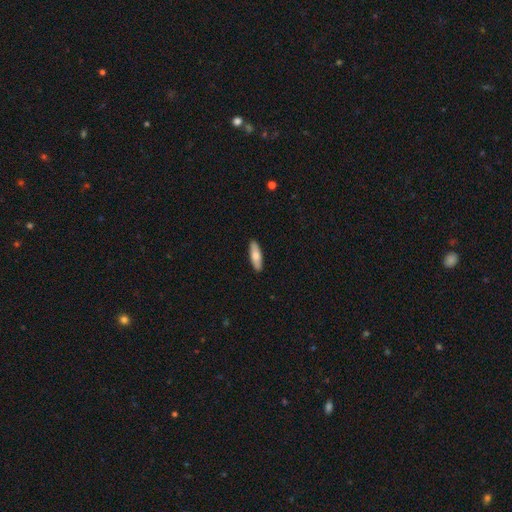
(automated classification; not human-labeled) smooth 74%, featured or disk 21%, star or artifact 5%. Down the decision tree: how rounded — cigar-shaped (51%); merging — none (91%).